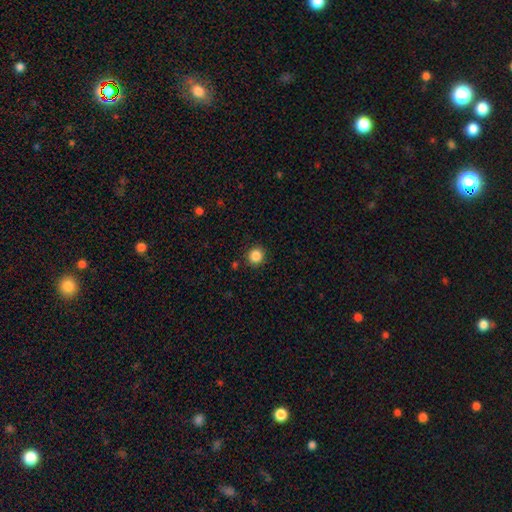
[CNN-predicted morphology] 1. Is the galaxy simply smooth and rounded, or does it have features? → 85% smooth, 11% star or artifact, 4% featured or disk.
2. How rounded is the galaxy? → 91% round, 9% in between, 1% cigar-shaped.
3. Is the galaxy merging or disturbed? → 90% none, 7% minor disturbance, 2% major disturbance, 2% merger.